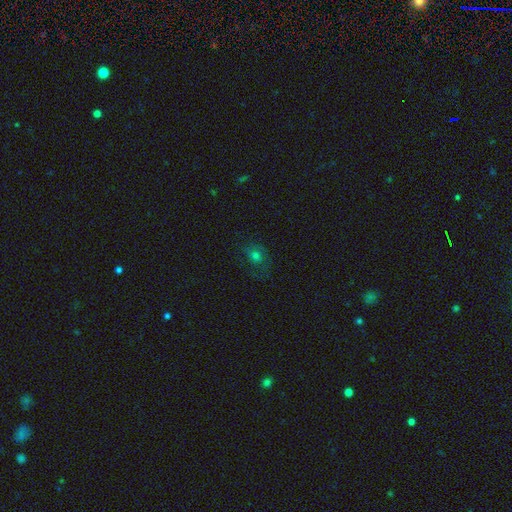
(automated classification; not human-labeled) Smooth or featured?
  - smooth: 53% *
  - featured or disk: 27%
  - star or artifact: 20%
How rounded?
  - round: 56% *
  - in between: 42%
  - cigar-shaped: 1%
Merging?
  - none: 60% *
  - minor disturbance: 20%
  - major disturbance: 18%
  - merger: 2%